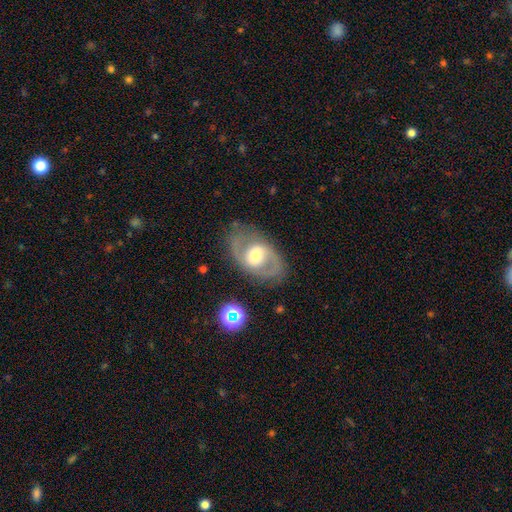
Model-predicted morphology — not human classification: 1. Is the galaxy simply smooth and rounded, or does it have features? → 74% featured or disk, 19% smooth, 7% star or artifact.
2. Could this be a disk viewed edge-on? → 94% no, 6% yes.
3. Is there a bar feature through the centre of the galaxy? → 44% weak, 37% no, 20% strong.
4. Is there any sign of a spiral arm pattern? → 77% yes, 23% no.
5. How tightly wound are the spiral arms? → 53% medium, 26% loose, 21% tight.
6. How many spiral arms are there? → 85% 2, 8% can't tell, 4% 1, 1% 3, 1% 4, 1% more than 4.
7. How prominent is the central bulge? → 58% moderate, 23% large, 15% small, 2% dominant, 1% none.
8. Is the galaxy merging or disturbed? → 76% none, 14% minor disturbance, 8% major disturbance, 2% merger.